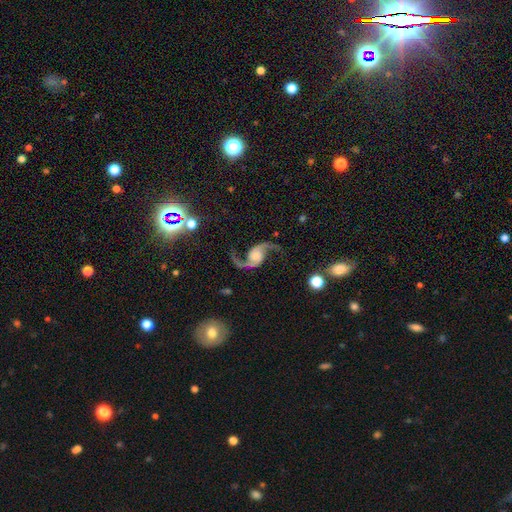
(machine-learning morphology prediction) featured or disk 92%, star or artifact 4%, smooth 3%. Down the decision tree: edge-on disk — no (98%); bar — no (62%); spiral arms — yes (98%); spiral arm count — 2 (95%); spiral winding — loose (80%); bulge size — large (28%); merging — none (79%).